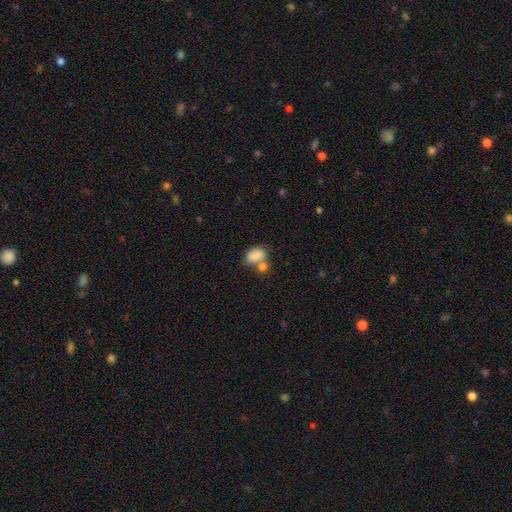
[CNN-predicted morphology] Smooth or featured? smooth (83%)
How rounded? in between (79%)
Merging? merger (46%)